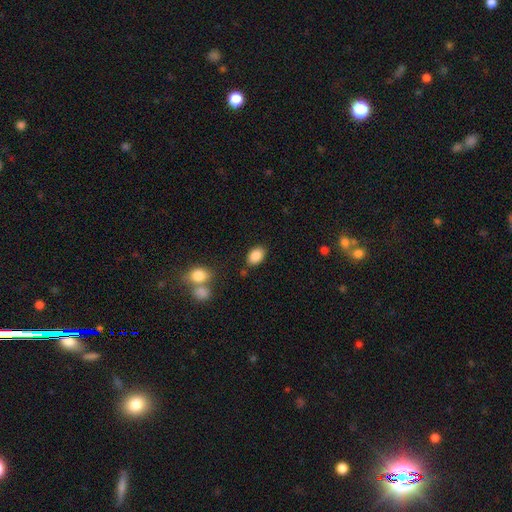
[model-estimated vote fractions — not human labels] smooth_or_featured: smooth (p=0.87) [alt: star or artifact p=0.08]
how_rounded: in between (p=0.82) [alt: round p=0.17]
merging: none (p=0.81) [alt: minor disturbance p=0.12]